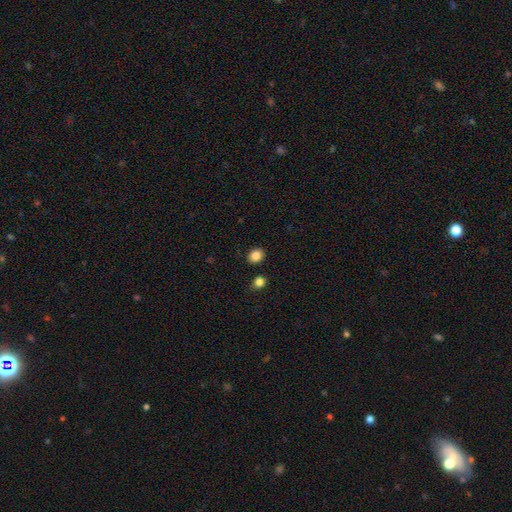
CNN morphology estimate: This is clearly a smooth galaxy (86%). How rounded: likely round (62%). Merging: clearly none (86%).